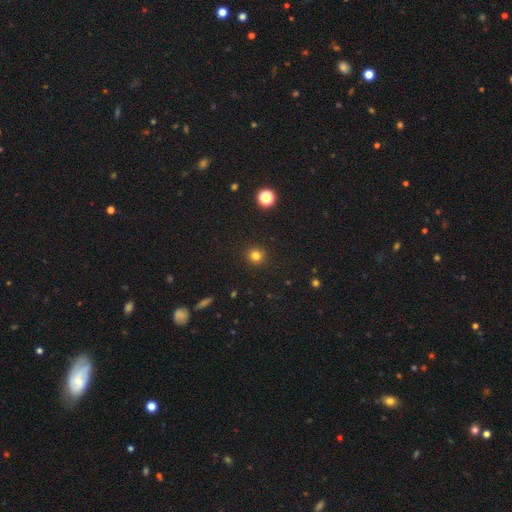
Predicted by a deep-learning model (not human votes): Morphology: type=smooth (80%); roundness=round (92%); merging=none (92%).